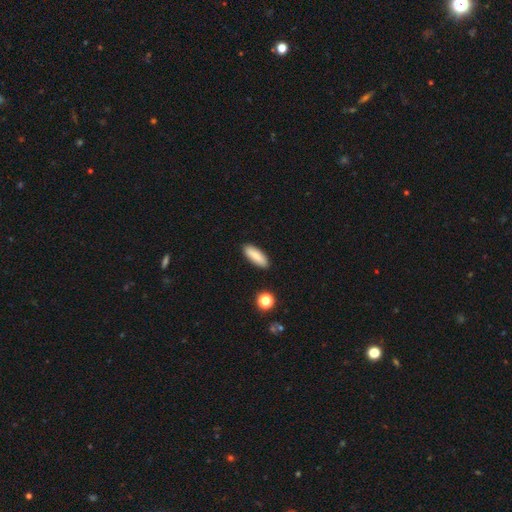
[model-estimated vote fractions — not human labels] Smooth or featured?
  - smooth: 81% *
  - featured or disk: 12%
  - star or artifact: 7%
How rounded?
  - in between: 61% *
  - cigar-shaped: 37%
  - round: 2%
Merging?
  - none: 88% *
  - minor disturbance: 8%
  - major disturbance: 2%
  - merger: 2%